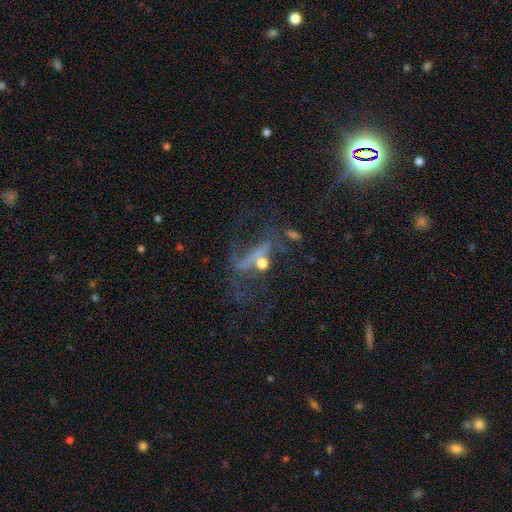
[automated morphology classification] Smooth or featured? Predicted: featured or disk (p=0.59). Edge-on disk? Predicted: no (p=0.77). Merging? Predicted: none (p=0.41).